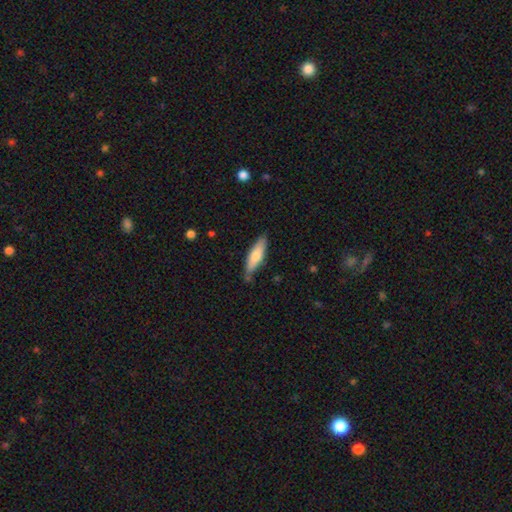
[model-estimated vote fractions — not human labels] Smooth or featured: smooth — 68% (featured or disk — 27%)
How rounded: cigar-shaped — 64% (in between — 34%)
Merging: none — 75% (minor disturbance — 19%)